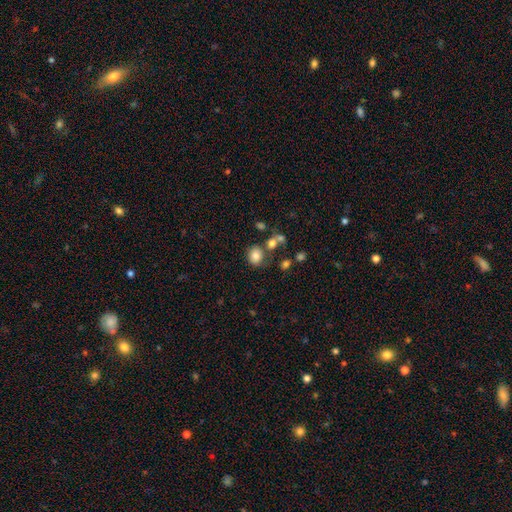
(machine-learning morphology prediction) smooth-or-featured: smooth: 81% | star or artifact: 11% | featured or disk: 9%
  how-rounded: round: 66% | in between: 33% | cigar-shaped: 1%
  merging: none: 66% | minor disturbance: 14% | merger: 14% | major disturbance: 6%